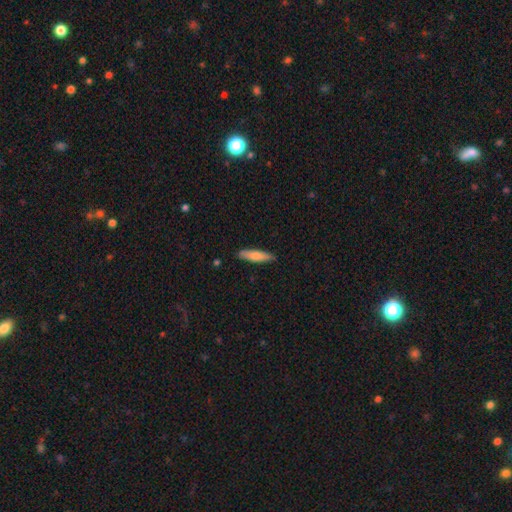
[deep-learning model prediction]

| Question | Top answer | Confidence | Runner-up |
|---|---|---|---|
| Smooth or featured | smooth | 76% | featured or disk (18%) |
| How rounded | cigar-shaped | 74% | in between (24%) |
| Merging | none | 87% | minor disturbance (10%) |